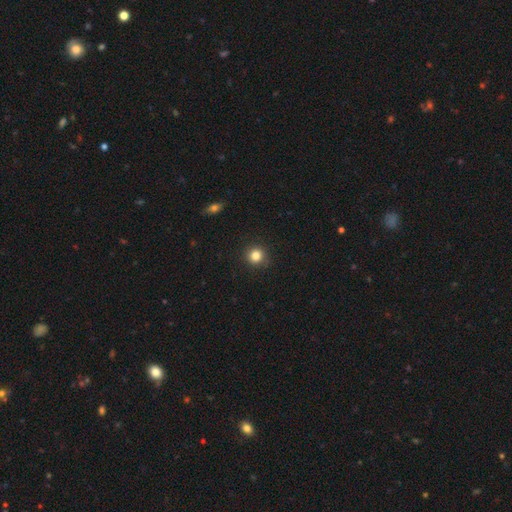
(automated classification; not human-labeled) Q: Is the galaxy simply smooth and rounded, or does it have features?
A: smooth — 83%.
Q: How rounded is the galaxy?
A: round — 93%.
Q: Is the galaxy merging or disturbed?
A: none — 90%.